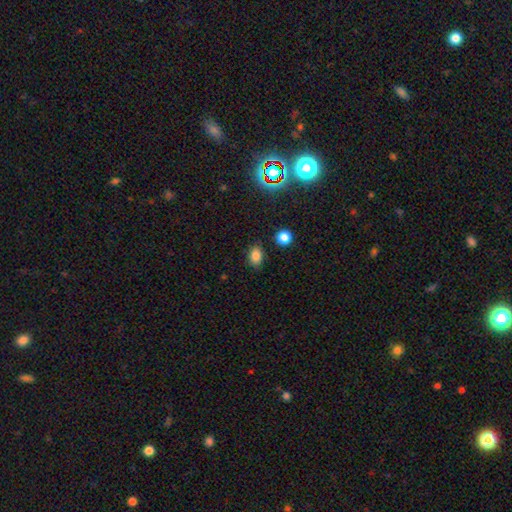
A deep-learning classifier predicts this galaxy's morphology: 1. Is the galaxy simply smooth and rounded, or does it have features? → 82% smooth, 13% star or artifact, 5% featured or disk.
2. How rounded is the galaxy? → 78% in between, 20% round, 1% cigar-shaped.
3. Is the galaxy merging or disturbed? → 83% none, 12% minor disturbance, 3% major disturbance, 3% merger.